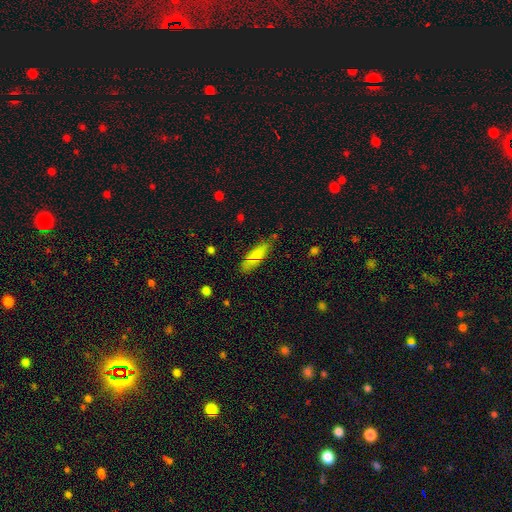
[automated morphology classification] The model was most divided on "how rounded" (2-way tie): cigar-shaped: 49%, in between: 49%, round: 2%. More confident: smooth or featured — smooth (79%); merging — none (74%).